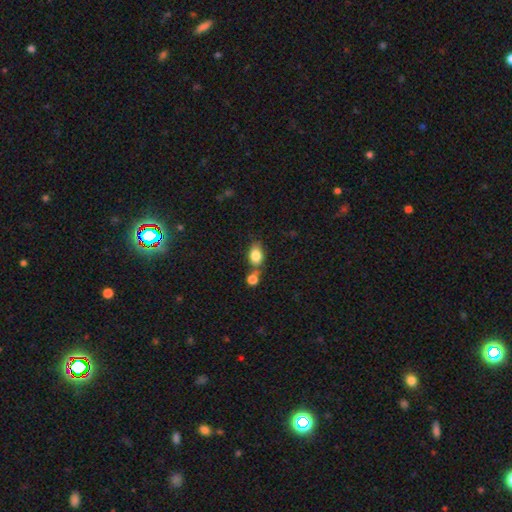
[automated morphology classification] Q: Smooth or featured?
A: smooth (82%); runner-up: featured or disk (9%)
Q: How rounded?
A: in between (77%); runner-up: round (21%)
Q: Merging?
A: none (54%); runner-up: merger (28%)